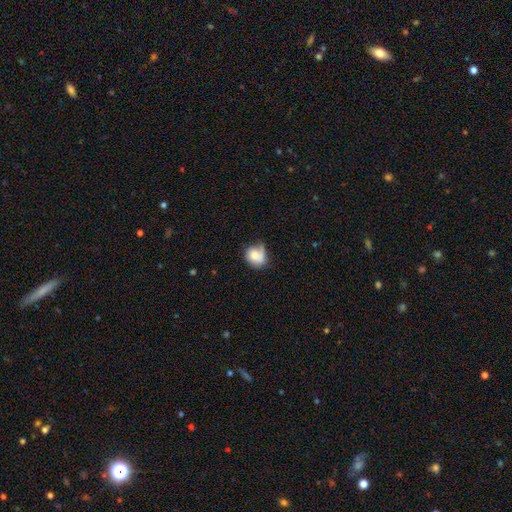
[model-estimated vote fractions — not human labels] Smooth or featured: smooth — 64% (featured or disk — 28%)
How rounded: round — 66% (in between — 33%)
Merging: none — 40% (minor disturbance — 30%)